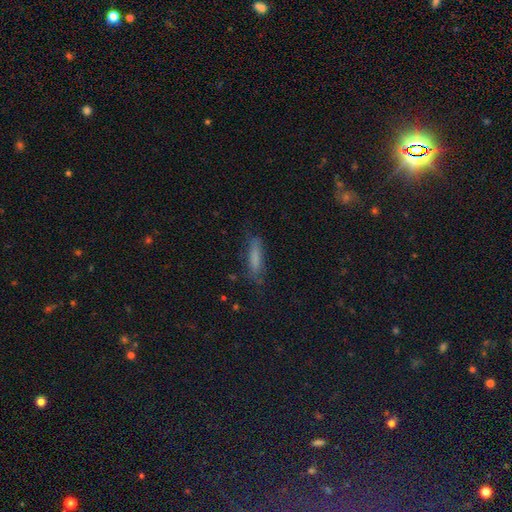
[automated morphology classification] This appears to be a smooth galaxy with no disk features (67%) that is cigar-shaped (74%). Merging: none (74%).